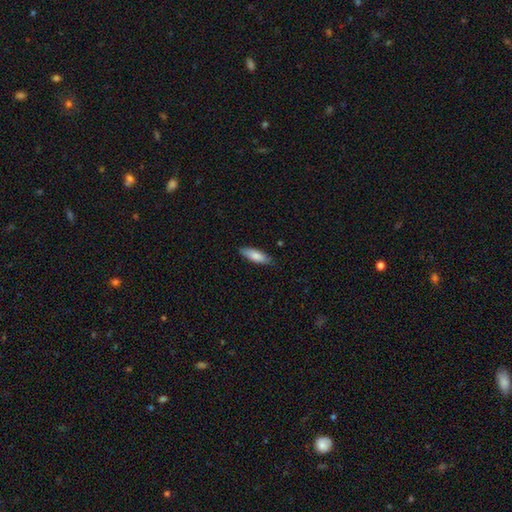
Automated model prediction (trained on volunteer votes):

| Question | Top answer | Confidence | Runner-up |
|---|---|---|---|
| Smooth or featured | smooth | 82% | featured or disk (12%) |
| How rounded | in between | 53% | cigar-shaped (46%) |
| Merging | none | 85% | minor disturbance (12%) |